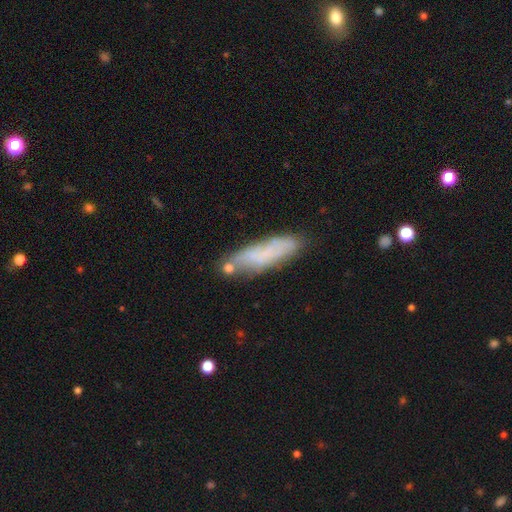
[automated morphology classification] This is possibly a smooth galaxy (54%). How rounded: possibly cigar-shaped (50%). Merging: likely none (61%).